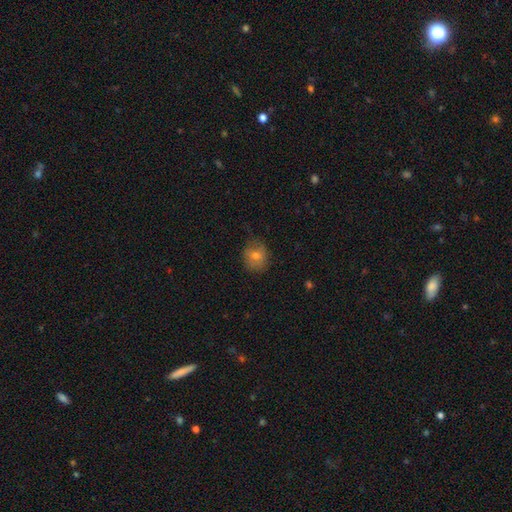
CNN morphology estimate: Smooth or featured: smooth — 68% (featured or disk — 20%)
How rounded: round — 74% (in between — 25%)
Merging: none — 74% (minor disturbance — 20%)